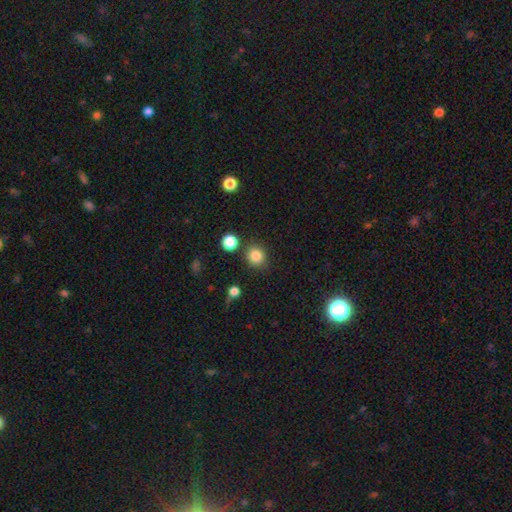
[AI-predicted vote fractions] Morphology: type=smooth (84%); roundness=round (85%); merging=none (83%).